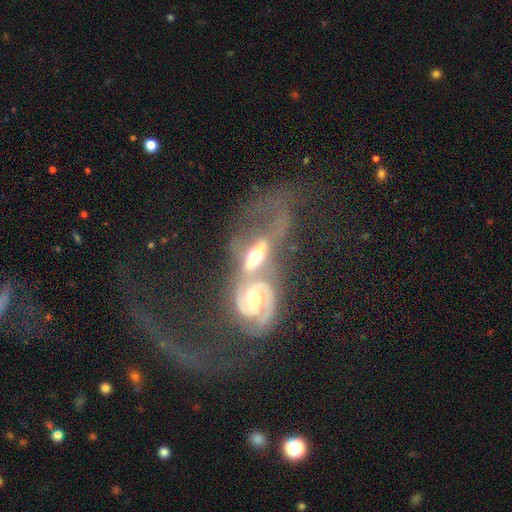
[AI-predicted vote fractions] Smooth or featured?
  - featured or disk: 81% *
  - smooth: 14%
  - star or artifact: 5%
Edge-on disk?
  - no: 82% *
  - yes: 18%
Bar?
  - no: 39% *
  - strong: 32%
  - weak: 30%
Spiral arms?
  - yes: 90% *
  - no: 10%
Spiral winding?
  - medium: 40% *
  - tight: 36%
  - loose: 24%
Spiral arm count?
  - 2: 81% *
  - can't tell: 10%
  - 1: 4%
  - 3: 3%
  - 4: 1%
  - more than 4: 1%
Bulge size?
  - moderate: 62% *
  - large: 27%
  - small: 7%
  - dominant: 3%
  - none: 1%
Merging?
  - merger: 75% *
  - none: 11%
  - major disturbance: 8%
  - minor disturbance: 6%